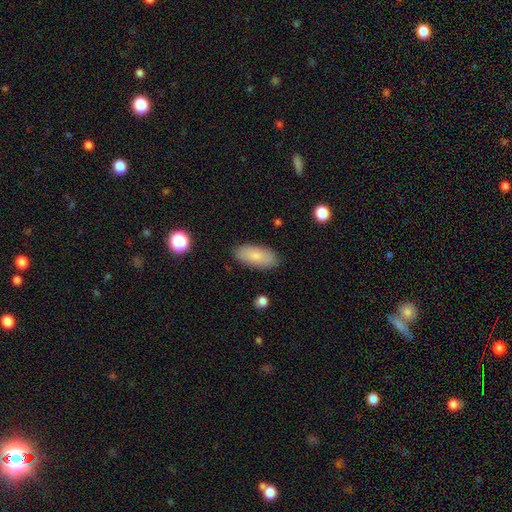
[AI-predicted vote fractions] A smooth galaxy with no disk features (81%) that is in between round and cigar-shaped (89%). Merging: none (86%).